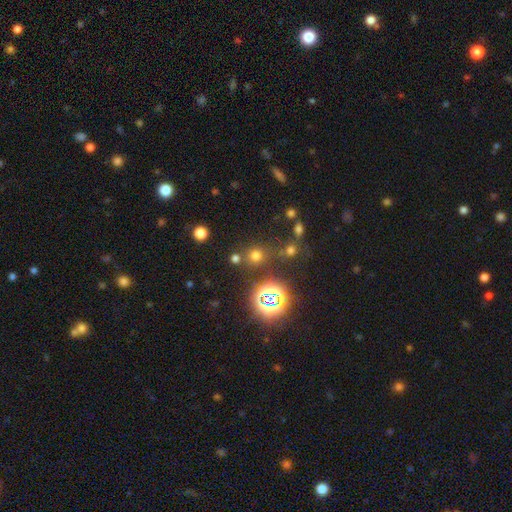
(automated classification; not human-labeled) Morphology: type=smooth (62%); roundness=round (85%); merging=none (75%).